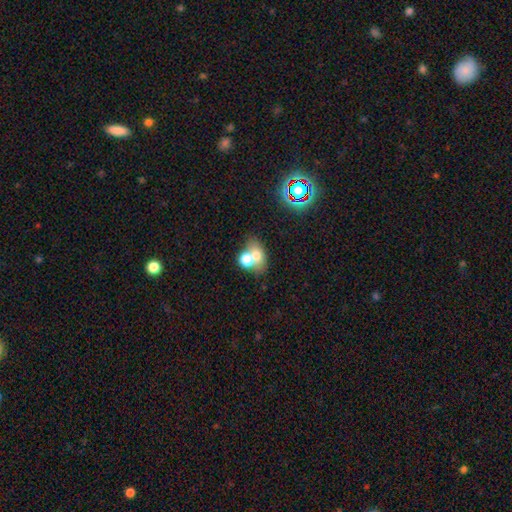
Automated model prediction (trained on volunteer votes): Smooth or featured?
  - smooth: 67% *
  - featured or disk: 19%
  - star or artifact: 14%
How rounded?
  - in between: 59% *
  - round: 39%
  - cigar-shaped: 2%
Merging?
  - merger: 54% *
  - none: 32%
  - minor disturbance: 9%
  - major disturbance: 5%